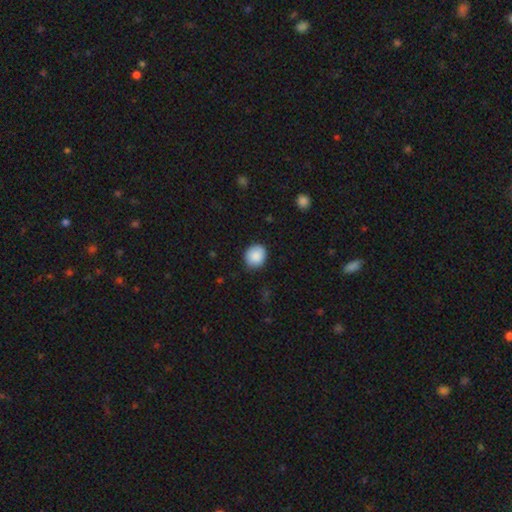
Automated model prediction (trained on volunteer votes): smooth 89%, star or artifact 7%, featured or disk 4%. Down the decision tree: how rounded — round (76%); merging — none (86%).